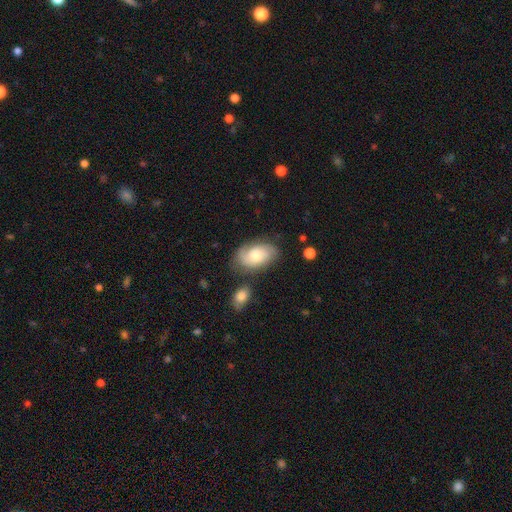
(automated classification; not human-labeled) featured or disk 54%, smooth 38%, star or artifact 7%. Down the decision tree: edge-on disk — no (95%); bar — no (73%); spiral arms — yes (85%); bulge size — moderate (67%); merging — none (67%).